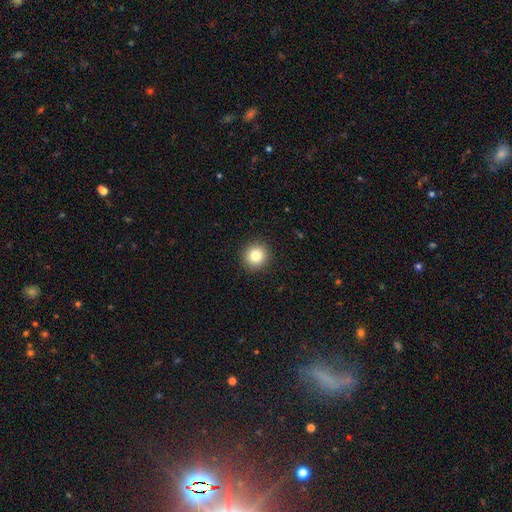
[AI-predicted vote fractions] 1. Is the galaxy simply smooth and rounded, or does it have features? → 83% smooth, 11% star or artifact, 7% featured or disk.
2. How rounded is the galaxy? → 92% round, 7% in between, 1% cigar-shaped.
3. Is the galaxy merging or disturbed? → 92% none, 5% minor disturbance, 2% major disturbance, 1% merger.